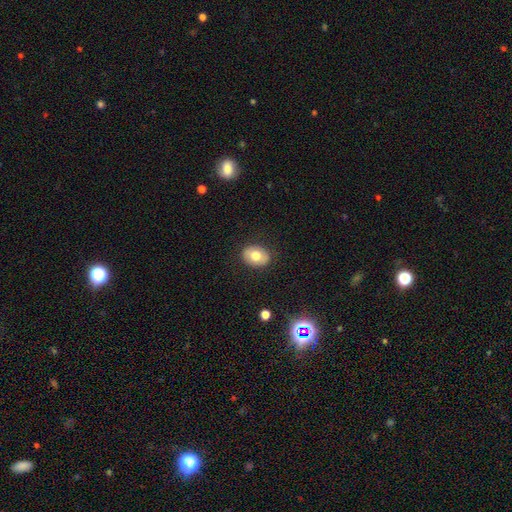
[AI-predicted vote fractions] The model was most divided on "how rounded": in between: 66%, round: 33%, cigar-shaped: 1%. More confident: merging — none (87%); smooth or featured — smooth (72%).